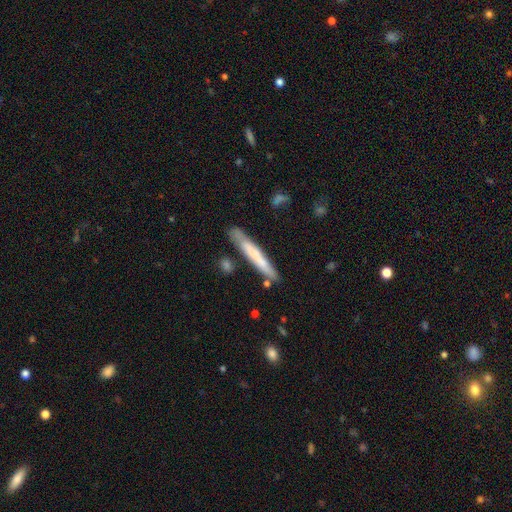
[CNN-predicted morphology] smooth_or_featured: smooth (p=0.58) [alt: featured or disk p=0.36]
how_rounded: cigar-shaped (p=0.95) [alt: in between p=0.04]
merging: none (p=0.77) [alt: minor disturbance p=0.16]